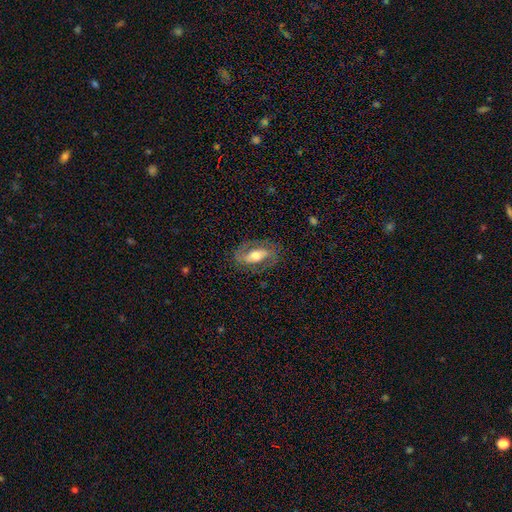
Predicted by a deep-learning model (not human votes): A featured or disk galaxy (67%) with a strong bar (41%), spiral arms (70%) and a moderate central bulge (68%).

Vote fractions:
- Smooth or featured? featured or disk: 67% / smooth: 27% / star or artifact: 6%
- Edge-on disk? no: 87% / yes: 13%
- Bar? strong: 41% / no: 30% / weak: 29%
- Spiral arms? yes: 70% / no: 30%
- Bulge size? moderate: 68% / large: 16% / small: 14% / dominant: 2% / none: 1%
- Merging? none: 76% / minor disturbance: 15% / major disturbance: 8% / merger: 1%